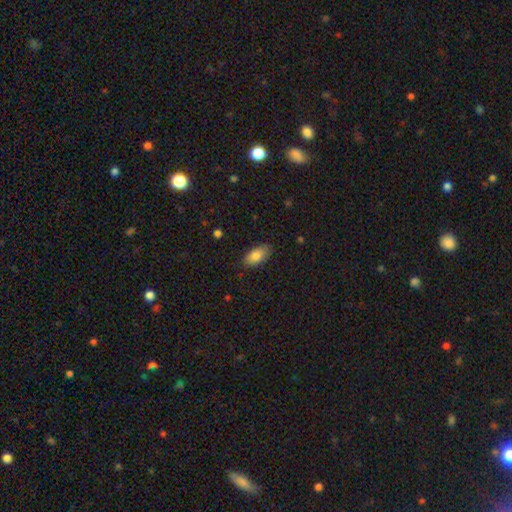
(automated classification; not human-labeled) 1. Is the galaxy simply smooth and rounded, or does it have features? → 82% smooth, 10% featured or disk, 7% star or artifact.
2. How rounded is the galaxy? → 91% in between, 6% cigar-shaped, 4% round.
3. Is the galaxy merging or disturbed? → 83% none, 14% minor disturbance, 3% major disturbance, 1% merger.